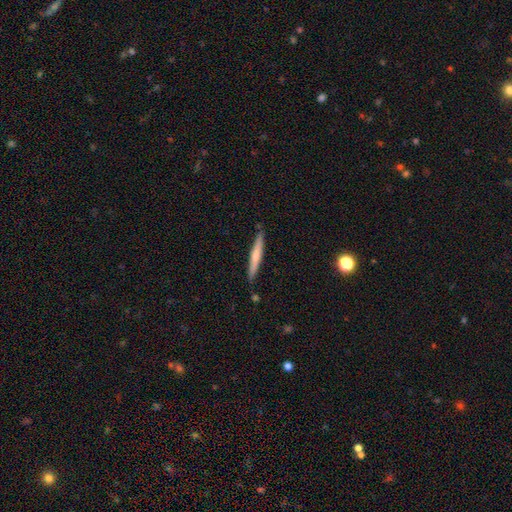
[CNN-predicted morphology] smooth_or_featured: smooth (p=0.54) [alt: featured or disk p=0.40]
how_rounded: cigar-shaped (p=0.95) [alt: in between p=0.03]
merging: none (p=0.88) [alt: minor disturbance p=0.09]